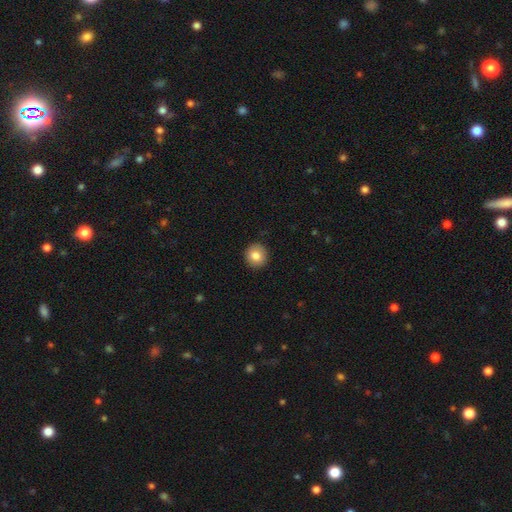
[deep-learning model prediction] smooth-or-featured: smooth: 83% | featured or disk: 9% | star or artifact: 8%
  how-rounded: round: 91% | in between: 8% | cigar-shaped: 1%
  merging: none: 92% | minor disturbance: 6% | major disturbance: 2% | merger: 1%